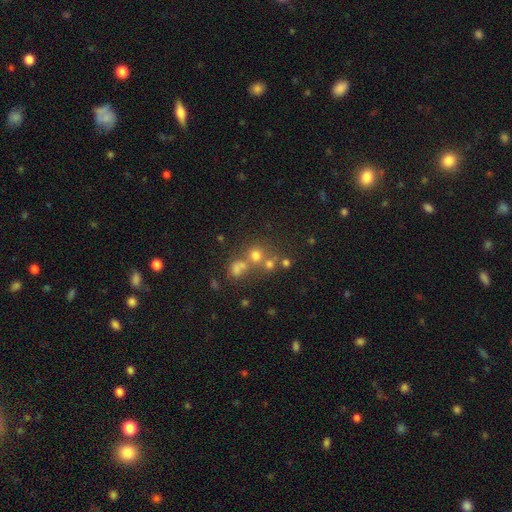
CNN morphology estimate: Overall: smooth (47%; star or artifact 35%). Merging: none (47%; merger 41%).